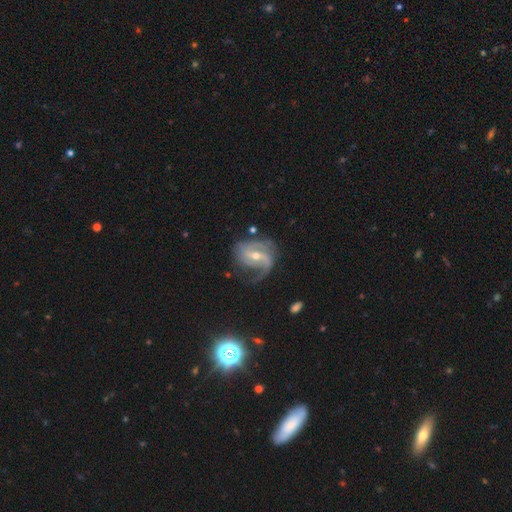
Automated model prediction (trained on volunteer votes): smooth_or_featured: featured or disk (p=0.86) [alt: smooth p=0.07]
disk_edge_on: no (p=0.97) [alt: yes p=0.03]
bar: weak (p=0.47) [alt: strong p=0.29]
has_spiral_arms: yes (p=0.96) [alt: no p=0.04]
spiral_winding: medium (p=0.46) [alt: loose p=0.31]
spiral_arm_count: 2 (p=0.59) [alt: 1 p=0.16]
bulge_size: moderate (p=0.49) [alt: small p=0.47]
merging: none (p=0.56) [alt: minor disturbance p=0.24]